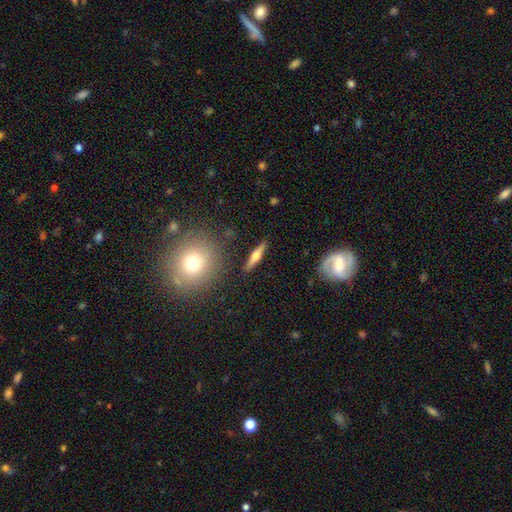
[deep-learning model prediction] Q: Smooth or featured?
A: featured or disk (54%); runner-up: smooth (39%)
Q: Edge-on disk?
A: yes (94%); runner-up: no (6%)
Q: Edge-on bulge?
A: rounded (91%); runner-up: boxy (5%)
Q: Merging?
A: none (88%); runner-up: minor disturbance (8%)